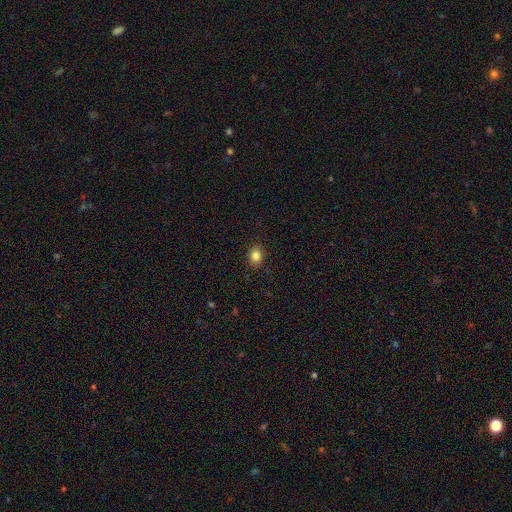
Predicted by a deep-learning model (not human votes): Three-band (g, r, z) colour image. It shows a smooth galaxy with no disk features (85%) that is round (50%). Merging: none (89%).